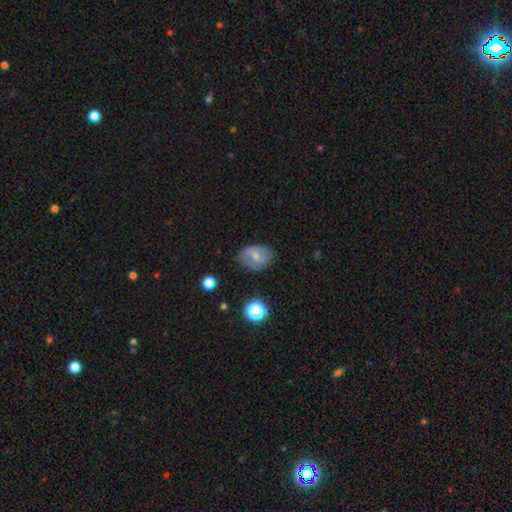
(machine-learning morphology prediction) Smooth or featured? smooth (62%)
How rounded? in between (61%)
Merging? none (72%)